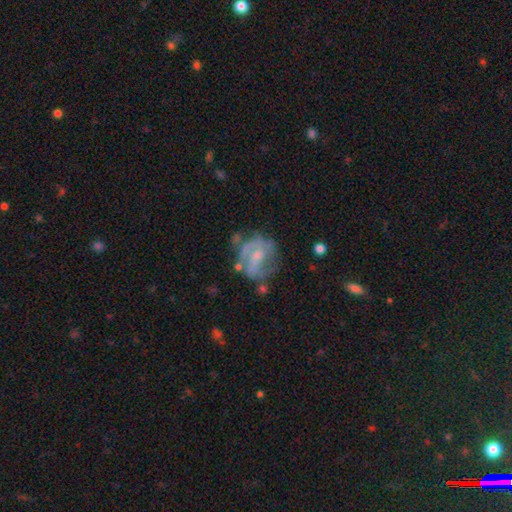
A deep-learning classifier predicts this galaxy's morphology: A featured or disk galaxy (68%) with no bar (47%), spiral arms (68%) and a small central bulge (48%). Merging: none (45%).